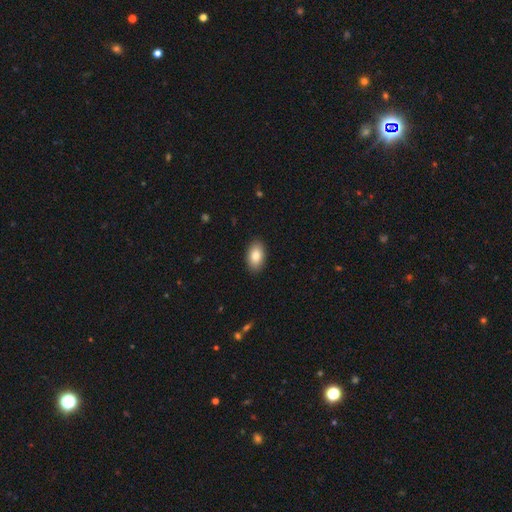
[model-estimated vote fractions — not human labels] This appears to be a smooth galaxy with no disk features (84%) that is in between round and cigar-shaped (93%). Merging: none (89%).